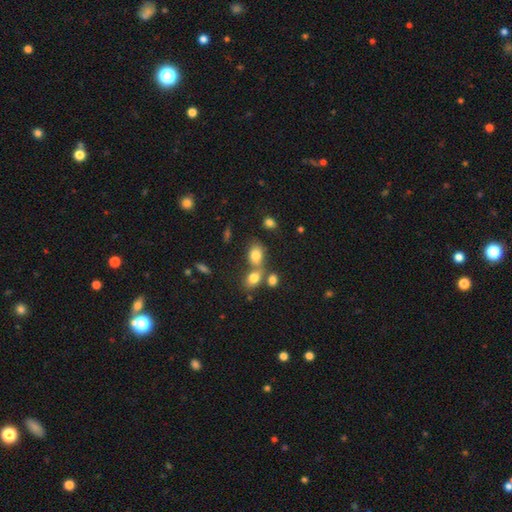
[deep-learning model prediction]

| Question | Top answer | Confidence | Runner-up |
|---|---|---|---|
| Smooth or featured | smooth | 77% | star or artifact (13%) |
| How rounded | in between | 69% | round (29%) |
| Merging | none | 45% | merger (39%) |